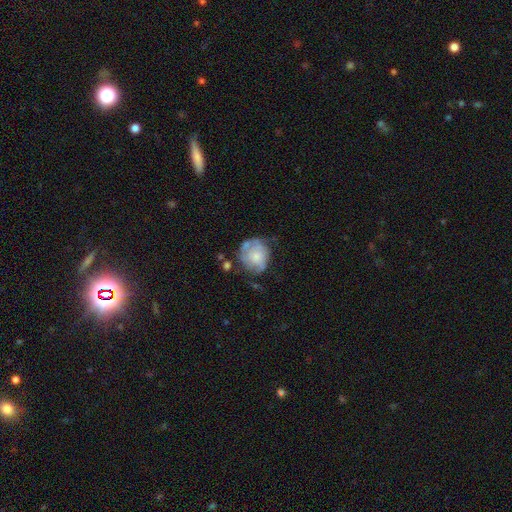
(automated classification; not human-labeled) Smooth or featured? Predicted: featured or disk (p=0.48). Merging? Predicted: none (p=0.44).